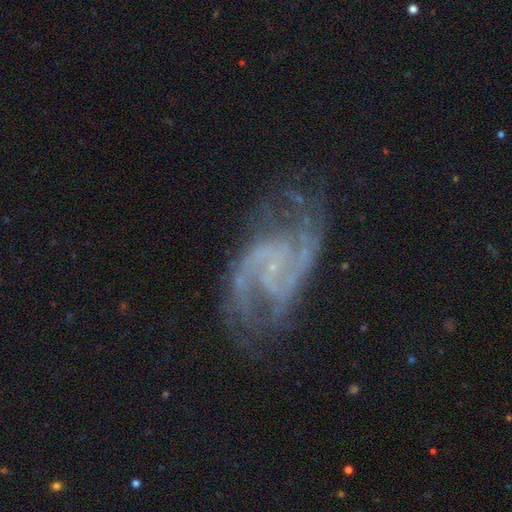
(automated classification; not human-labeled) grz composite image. It shows a featured or disk galaxy (89%) with no bar (45%), 2 (75%) medium (52%) spiral arms (97%) and a small central bulge (54%). Merging: none (68%).